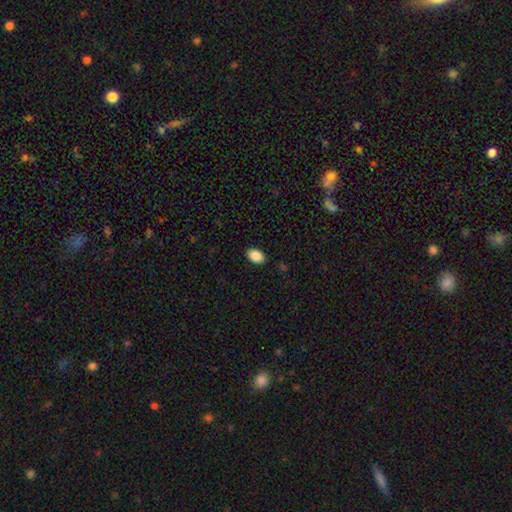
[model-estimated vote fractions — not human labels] Morphology: type=smooth (88%); roundness=in between (89%); merging=none (89%).